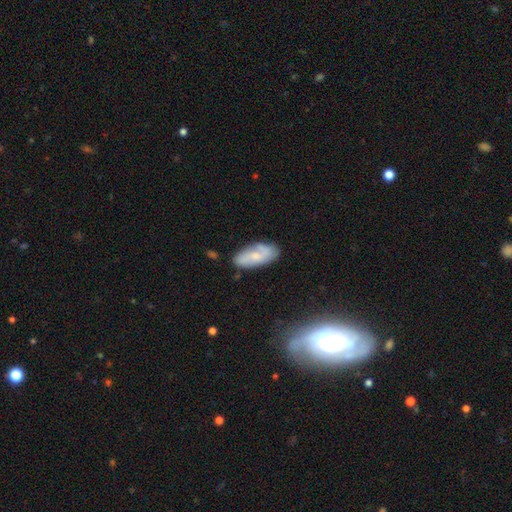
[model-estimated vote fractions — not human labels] A smooth galaxy with no disk features (48%).

Vote fractions:
- Smooth or featured? smooth: 48% / featured or disk: 44% / star or artifact: 8%
- Merging? none: 70% / minor disturbance: 21% / major disturbance: 5% / merger: 4%